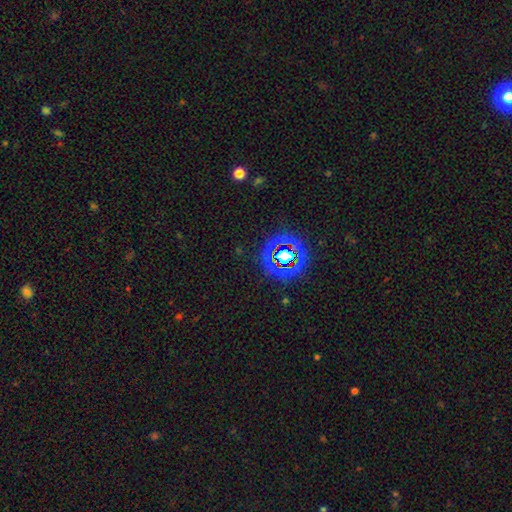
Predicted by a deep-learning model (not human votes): A star or artifact, not a galaxy (72%).

Vote fractions:
- Smooth or featured? star or artifact: 72% / smooth: 16% / featured or disk: 12%